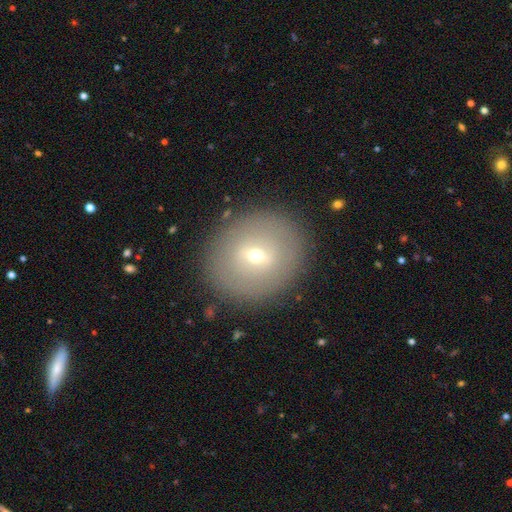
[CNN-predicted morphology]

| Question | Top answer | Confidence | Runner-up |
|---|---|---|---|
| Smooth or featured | smooth | 53% | featured or disk (36%) |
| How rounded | round | 80% | in between (19%) |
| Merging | none | 87% | minor disturbance (8%) |